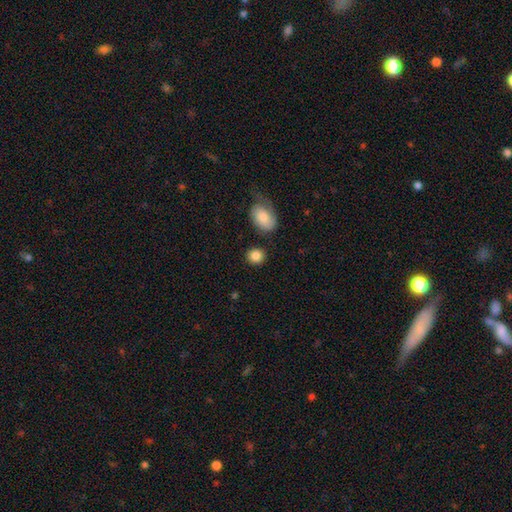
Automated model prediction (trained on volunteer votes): Morphology: type=smooth (86%); roundness=round (80%); merging=none (82%).